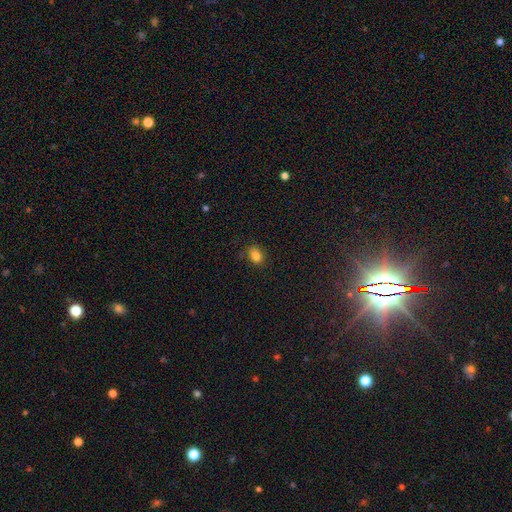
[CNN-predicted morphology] Smooth or featured: smooth — 83% (star or artifact — 12%)
How rounded: in between — 67% (round — 31%)
Merging: none — 80% (minor disturbance — 15%)